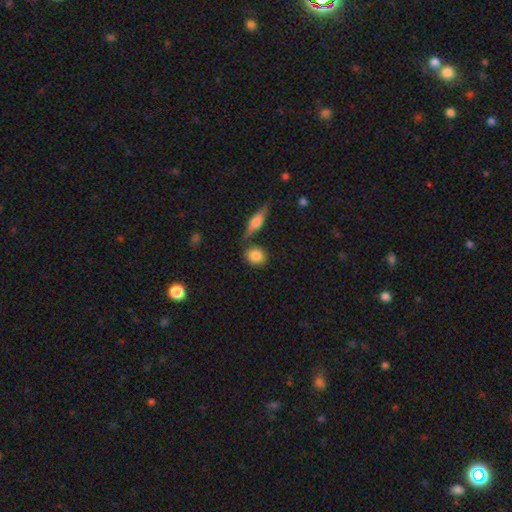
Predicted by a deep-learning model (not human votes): smooth_or_featured: smooth (p=0.83) [alt: featured or disk p=0.09]
how_rounded: round (p=0.60) [alt: in between p=0.36]
merging: none (p=0.71) [alt: minor disturbance p=0.14]